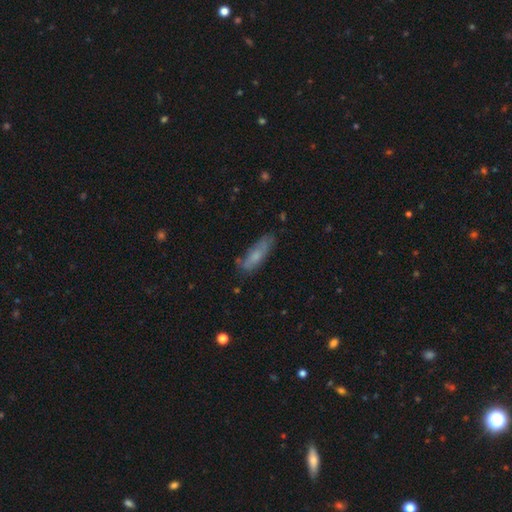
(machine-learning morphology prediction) This appears to be a smooth galaxy with no disk features (63%) that is cigar-shaped (52%). Merging: none (67%).